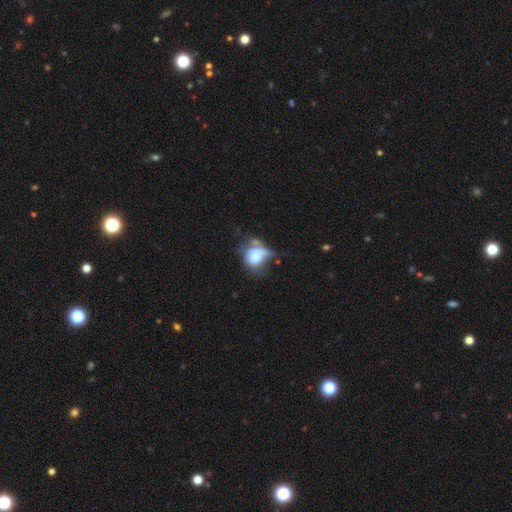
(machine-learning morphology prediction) Overall: smooth (65%; featured or disk 25%). How rounded: in between (51%; round 47%). Merging: major disturbance (30%; none 24%).